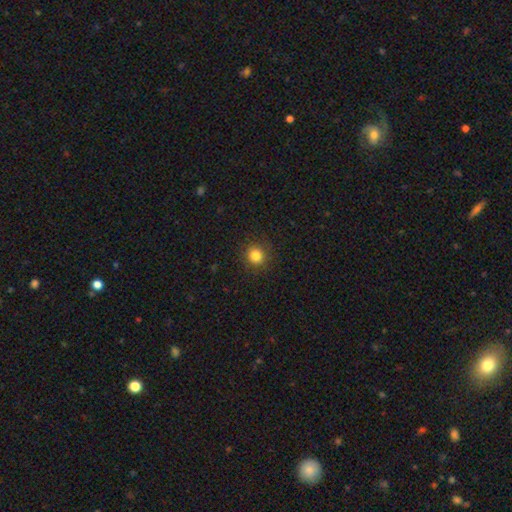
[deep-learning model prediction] A smooth galaxy with no disk features (83%) that is round (91%). Merging: none (90%).